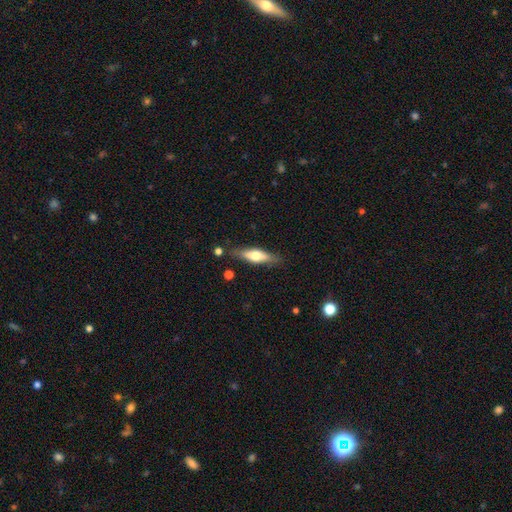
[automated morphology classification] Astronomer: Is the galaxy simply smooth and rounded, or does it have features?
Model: smooth — 54% (runner-up: featured or disk, 40%).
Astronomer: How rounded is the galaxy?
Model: cigar-shaped — 56% (runner-up: in between, 42%).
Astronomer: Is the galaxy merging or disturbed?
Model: none — 79%.